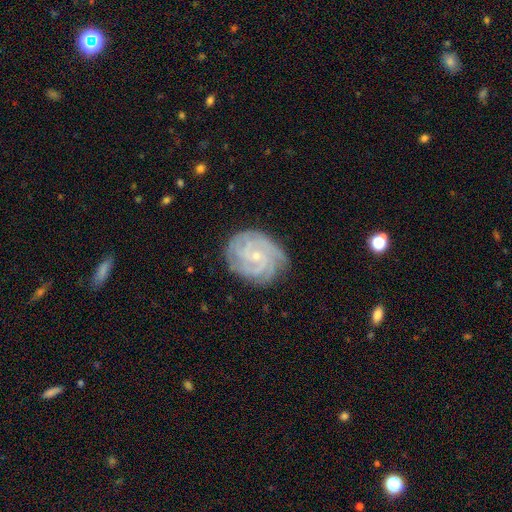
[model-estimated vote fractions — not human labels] Q: Smooth or featured?
A: featured or disk (86%); runner-up: smooth (7%)
Q: Edge-on disk?
A: no (97%); runner-up: yes (3%)
Q: Bar?
A: no (63%); runner-up: weak (29%)
Q: Spiral arms?
A: yes (98%); runner-up: no (2%)
Q: Spiral winding?
A: tight (75%); runner-up: medium (22%)
Q: Spiral arm count?
A: 4 (32%); runner-up: 3 (26%)
Q: Bulge size?
A: small (75%); runner-up: moderate (21%)
Q: Merging?
A: none (79%); runner-up: minor disturbance (16%)